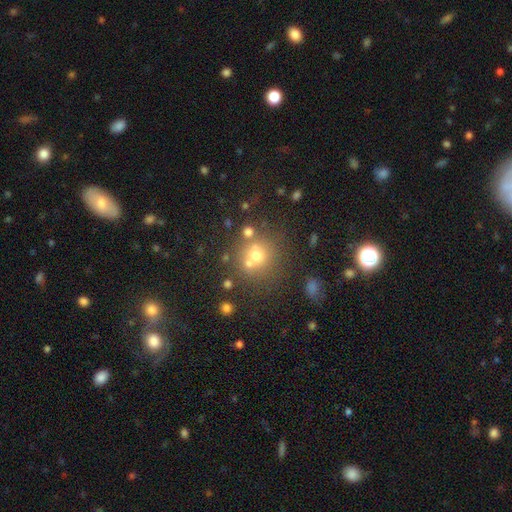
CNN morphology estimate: smooth_or_featured: smooth (p=0.62) [alt: star or artifact p=0.20]
how_rounded: round (p=0.86) [alt: in between p=0.13]
merging: none (p=0.57) [alt: merger p=0.27]